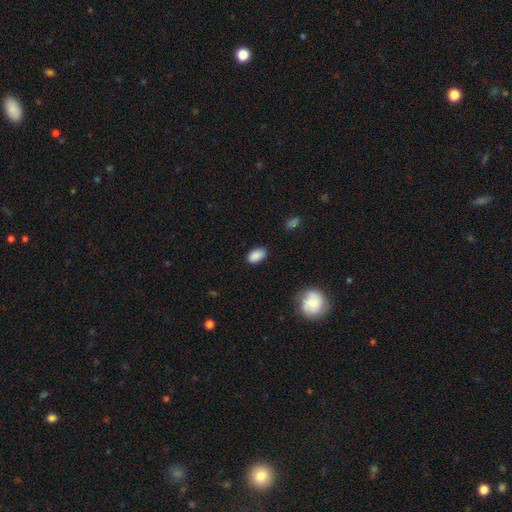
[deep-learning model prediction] A smooth galaxy with no disk features (88%) that is in between round and cigar-shaped (91%). Merging: none (82%).